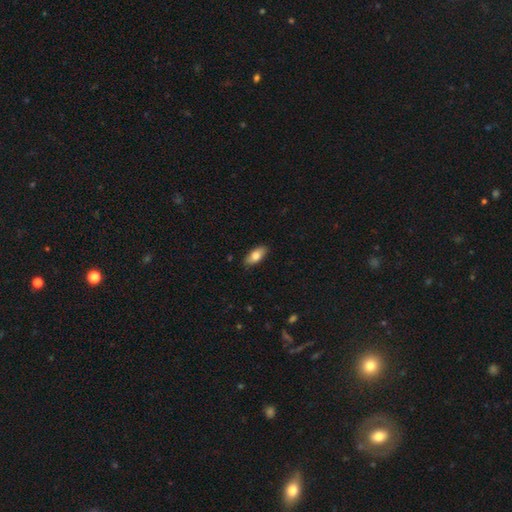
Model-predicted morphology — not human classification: A smooth galaxy with no disk features (80%) that is in between round and cigar-shaped (86%). Merging: none (88%).